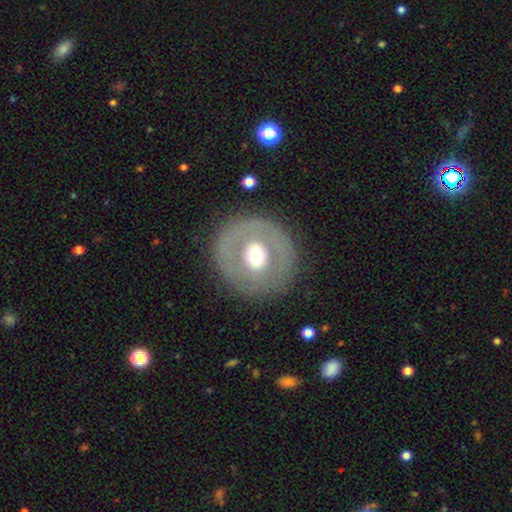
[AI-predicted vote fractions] Smooth or featured? featured or disk (49%)
Merging? none (83%)